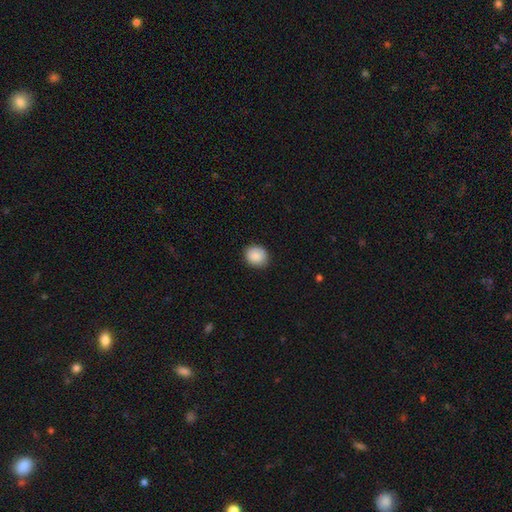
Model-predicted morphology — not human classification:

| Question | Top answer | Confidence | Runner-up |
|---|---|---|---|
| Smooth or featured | smooth | 88% | star or artifact (7%) |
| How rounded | round | 76% | in between (23%) |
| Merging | none | 86% | minor disturbance (11%) |